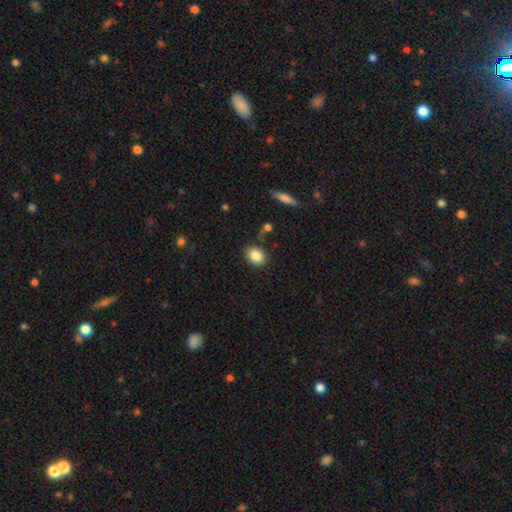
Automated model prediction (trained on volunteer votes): Smooth or featured?
  - smooth: 85% *
  - star or artifact: 9%
  - featured or disk: 6%
How rounded?
  - in between: 53% *
  - round: 46%
  - cigar-shaped: 1%
Merging?
  - none: 80% *
  - minor disturbance: 13%
  - merger: 4%
  - major disturbance: 3%